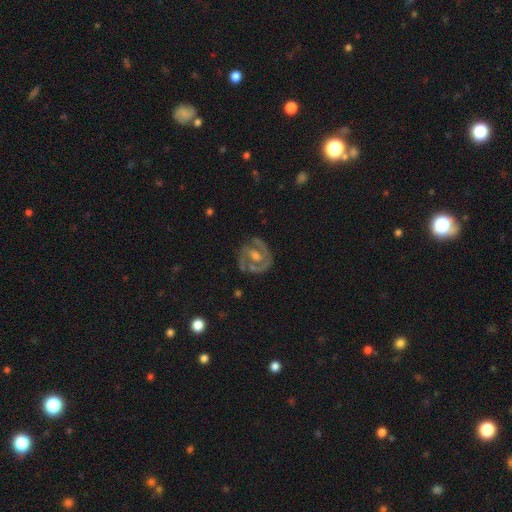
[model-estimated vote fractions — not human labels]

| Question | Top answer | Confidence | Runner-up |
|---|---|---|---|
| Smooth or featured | featured or disk | 82% | smooth (11%) |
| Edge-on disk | no | 97% | yes (3%) |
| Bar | weak | 45% | no (39%) |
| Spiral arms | yes | 88% | no (12%) |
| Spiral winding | tight | 50% | medium (40%) |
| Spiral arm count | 2 | 62% | can't tell (15%) |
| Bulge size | moderate | 53% | small (27%) |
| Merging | none | 71% | minor disturbance (17%) |